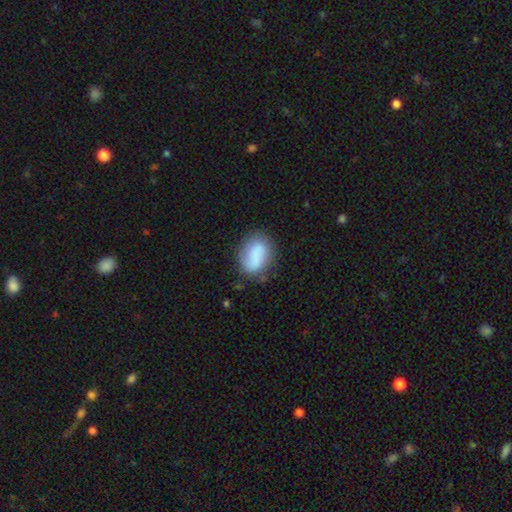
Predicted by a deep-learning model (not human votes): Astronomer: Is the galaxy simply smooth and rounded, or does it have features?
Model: smooth — 76%.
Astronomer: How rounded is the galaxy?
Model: in between — 76%.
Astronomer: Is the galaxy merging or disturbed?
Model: none — 66%.